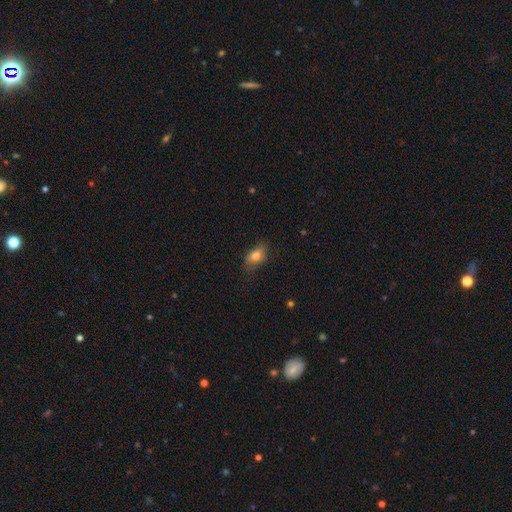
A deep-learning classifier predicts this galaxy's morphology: The model was most divided on "merging": none: 71%, minor disturbance: 22%, major disturbance: 6%, merger: 1%. More confident: how rounded — in between (86%); smooth or featured — smooth (78%).